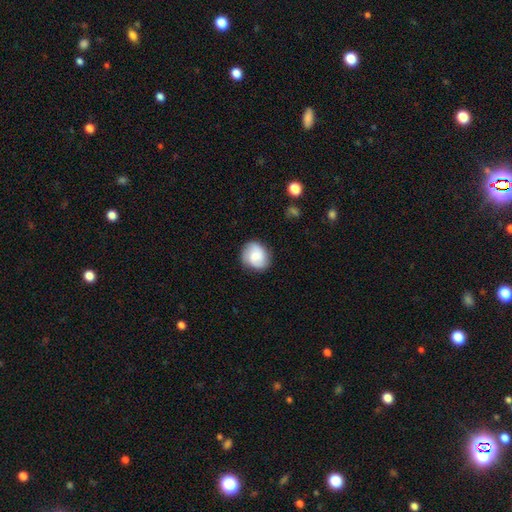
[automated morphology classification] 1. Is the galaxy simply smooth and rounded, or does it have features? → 61% smooth, 32% featured or disk, 8% star or artifact.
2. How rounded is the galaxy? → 72% round, 27% in between, 1% cigar-shaped.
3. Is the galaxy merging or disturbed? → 83% none, 13% minor disturbance, 3% major disturbance, 1% merger.